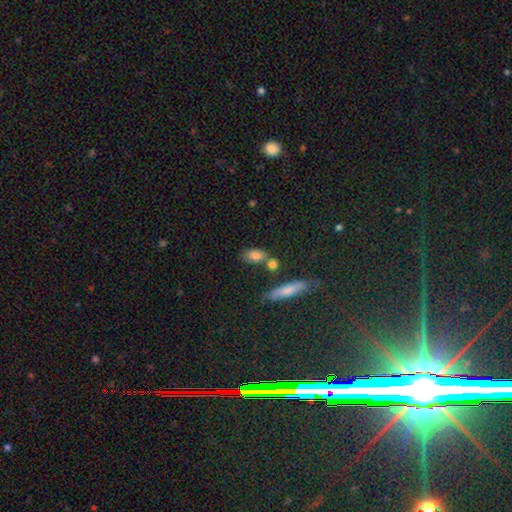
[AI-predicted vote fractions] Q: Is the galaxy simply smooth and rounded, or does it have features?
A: smooth — 79%.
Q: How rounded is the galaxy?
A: in between — 76%.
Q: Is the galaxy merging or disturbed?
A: none — 58%.